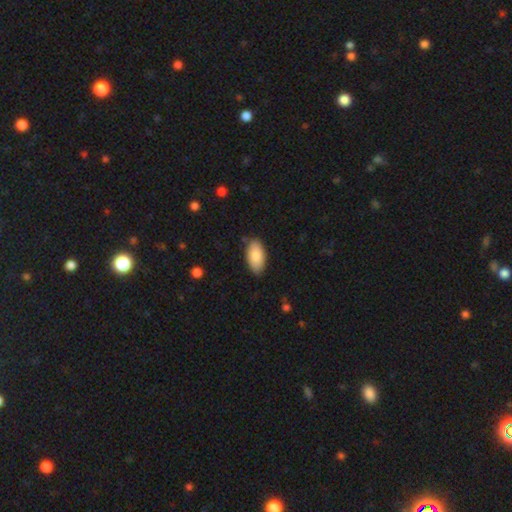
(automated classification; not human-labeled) Overall: smooth (85%). How rounded: in between (94%). Merging: none (82%).